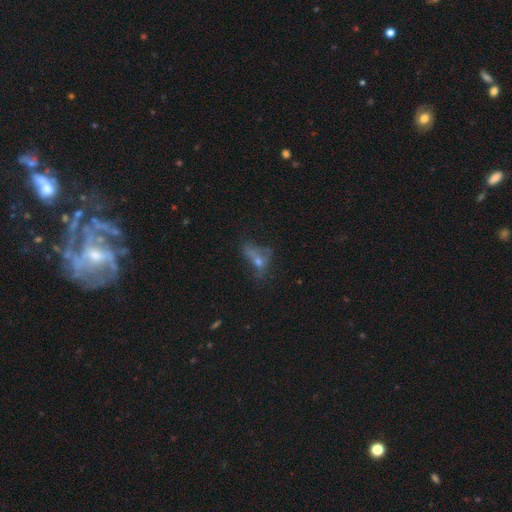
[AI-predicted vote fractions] Smooth or featured? Predicted: smooth (p=0.36). Merging? Predicted: none (p=0.37).